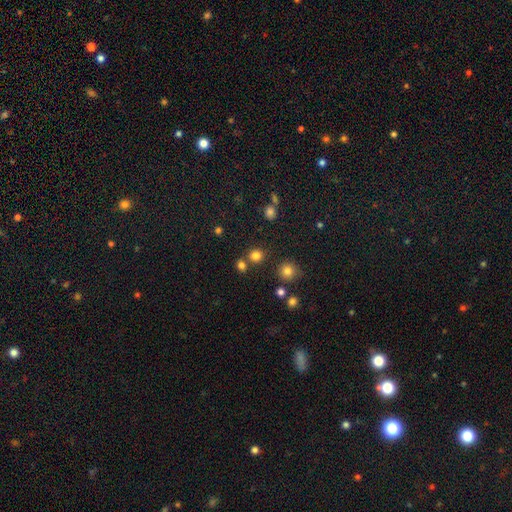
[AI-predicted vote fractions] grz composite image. It shows a smooth galaxy with no disk features (78%) that is round (85%). Merging: none (74%).